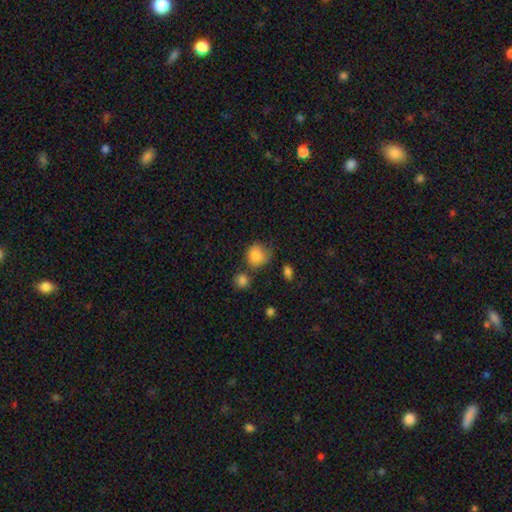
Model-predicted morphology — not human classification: Overall: smooth (84%). How rounded: round (77%). Merging: none (53%; minor disturbance 28%).